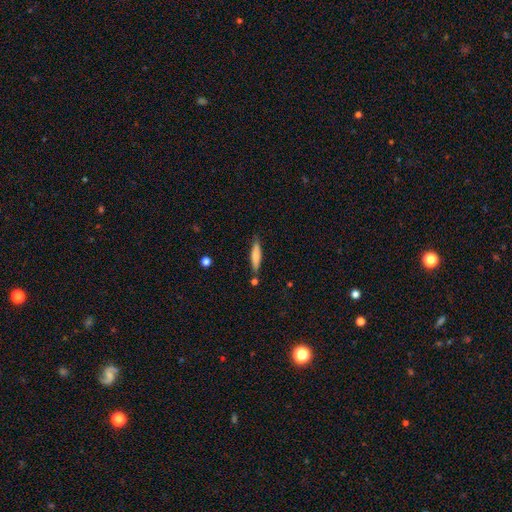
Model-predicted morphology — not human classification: The model was most divided on "smooth or featured": smooth: 77%, featured or disk: 17%, star or artifact: 6%. More confident: how rounded — cigar-shaped (80%); merging — none (76%).